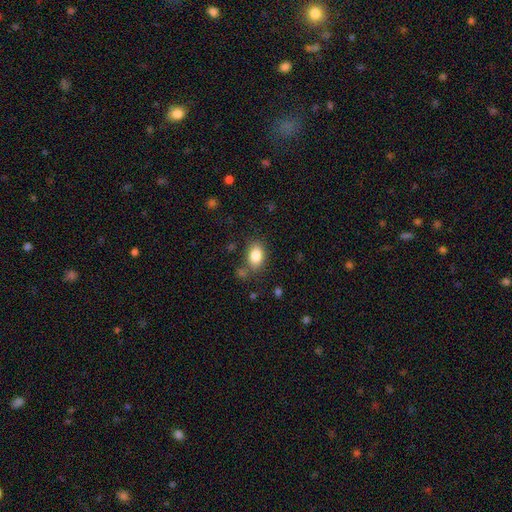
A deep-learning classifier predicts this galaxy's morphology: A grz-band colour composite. It shows a smooth galaxy with no disk features (84%) that is in between round and cigar-shaped (83%). Merging: none (76%).